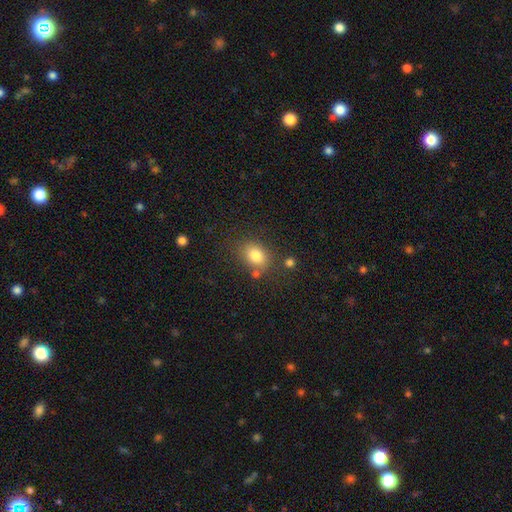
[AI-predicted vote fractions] smooth 81%, star or artifact 10%, featured or disk 8%. Down the decision tree: how rounded — in between (67%); merging — none (70%).